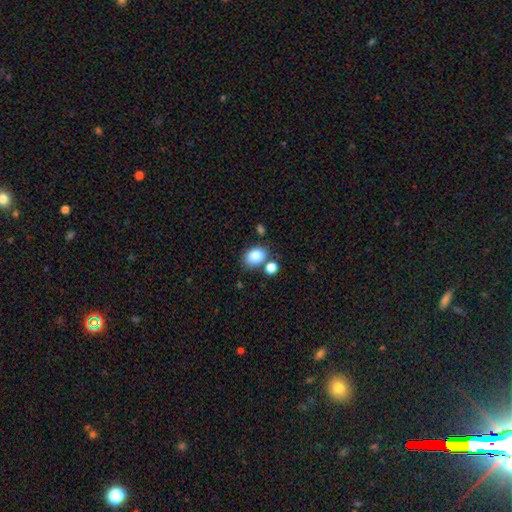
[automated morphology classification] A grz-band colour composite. It shows a smooth galaxy with no disk features (85%) that is in between round and cigar-shaped (70%). Merging: none (67%).